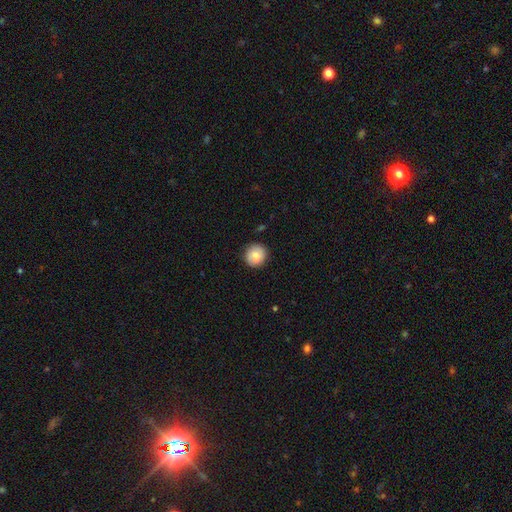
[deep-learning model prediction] Smooth or featured: smooth — 77% (featured or disk — 15%)
How rounded: round — 90% (in between — 9%)
Merging: none — 83% (minor disturbance — 12%)